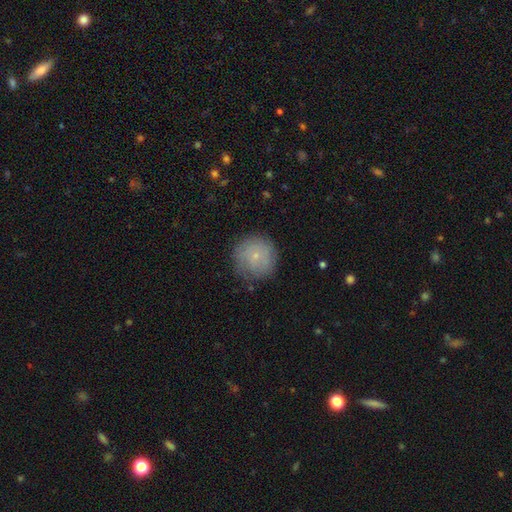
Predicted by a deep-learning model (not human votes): Smooth or featured: smooth — 64% (featured or disk — 27%)
How rounded: round — 94% (in between — 5%)
Merging: none — 76% (minor disturbance — 17%)